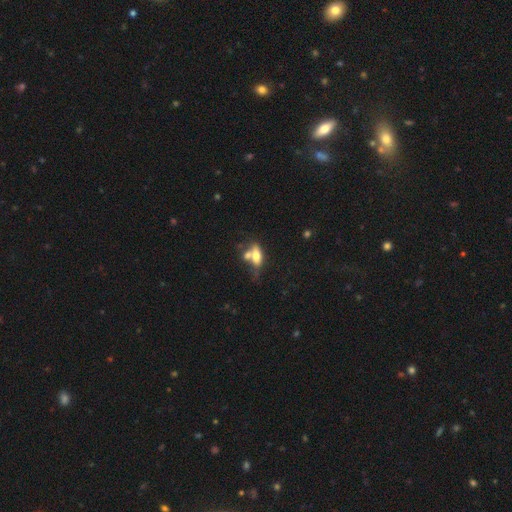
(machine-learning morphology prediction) Smooth or featured? smooth (59%)
How rounded? in between (72%)
Merging? merger (44%)